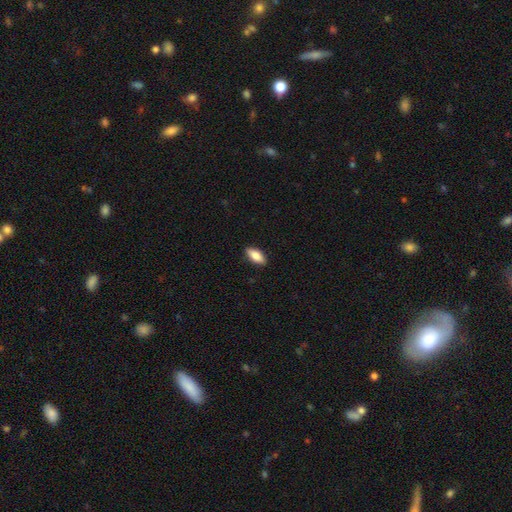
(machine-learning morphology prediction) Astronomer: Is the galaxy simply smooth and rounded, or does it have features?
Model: smooth — 81%.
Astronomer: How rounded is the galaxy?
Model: in between — 82%.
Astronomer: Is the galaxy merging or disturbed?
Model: none — 89%.